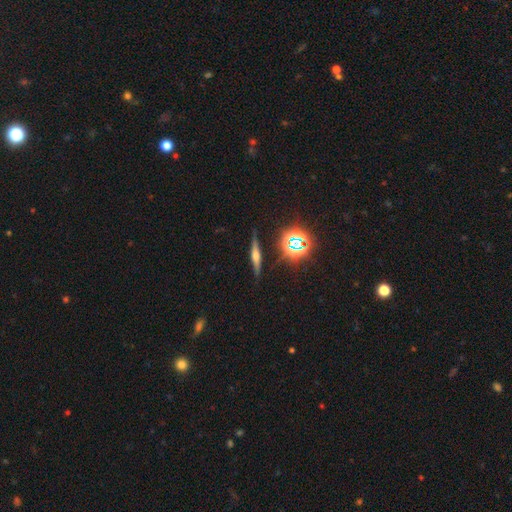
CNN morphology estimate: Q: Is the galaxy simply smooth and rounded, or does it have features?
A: featured or disk — 54%.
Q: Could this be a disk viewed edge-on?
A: yes — 94%.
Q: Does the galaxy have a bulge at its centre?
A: rounded — 83%.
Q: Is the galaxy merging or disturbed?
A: none — 84%.